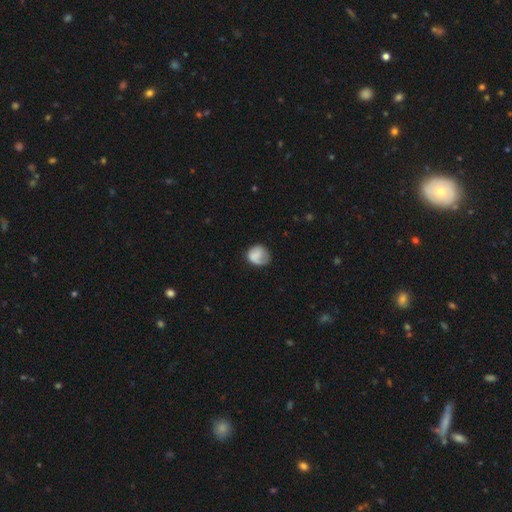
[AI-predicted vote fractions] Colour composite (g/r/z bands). It shows a smooth galaxy with no disk features (74%) that is round (70%). Merging: none (53%).